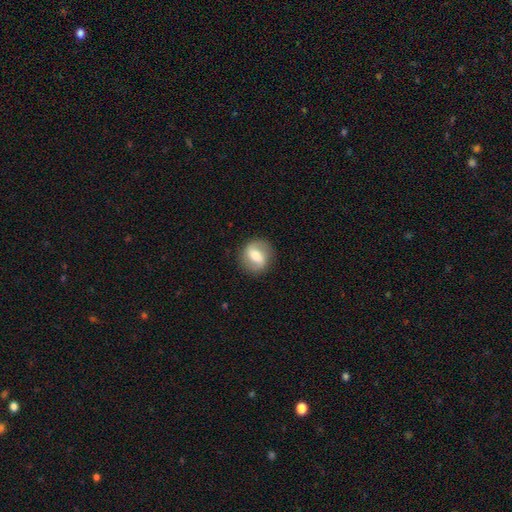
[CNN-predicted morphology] A featured or disk galaxy (57%) with a strong bar (46%), spiral arms (66%) and a moderate central bulge (65%). Merging: none (86%).